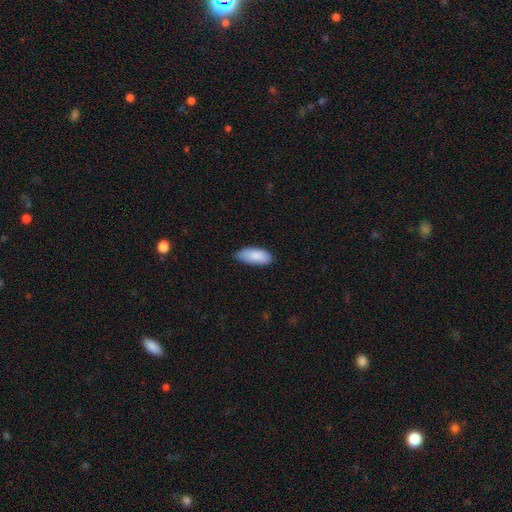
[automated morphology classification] Q: Smooth or featured?
A: smooth (88%); runner-up: star or artifact (6%)
Q: How rounded?
A: in between (87%); runner-up: cigar-shaped (11%)
Q: Merging?
A: none (70%); runner-up: minor disturbance (26%)